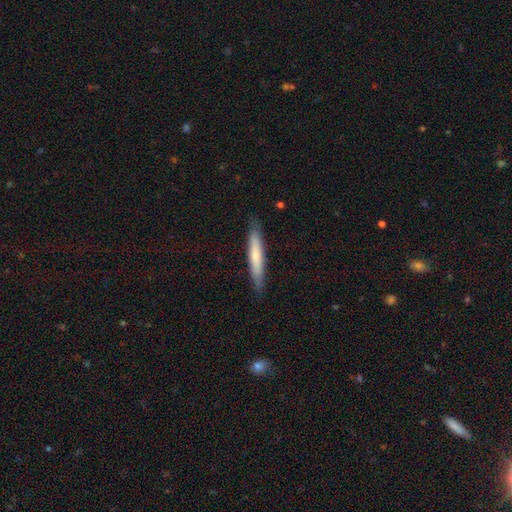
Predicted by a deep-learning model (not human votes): This is likely a smooth galaxy (65%). How rounded: clearly cigar-shaped (92%). Merging: clearly none (86%).